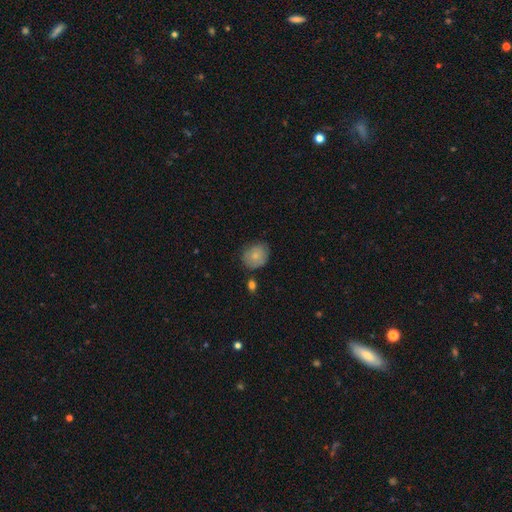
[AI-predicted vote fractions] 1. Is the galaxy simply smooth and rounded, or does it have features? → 77% smooth, 16% featured or disk, 7% star or artifact.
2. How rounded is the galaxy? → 65% round, 35% in between, 1% cigar-shaped.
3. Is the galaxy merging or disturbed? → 68% none, 23% minor disturbance, 4% major disturbance, 4% merger.